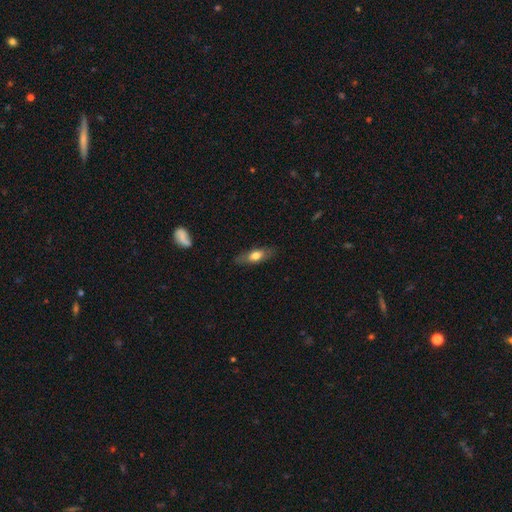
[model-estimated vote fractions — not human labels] The model was most divided on "smooth or featured": smooth: 59%, featured or disk: 34%, star or artifact: 7%. More confident: merging — none (78%); how rounded — in between (63%).